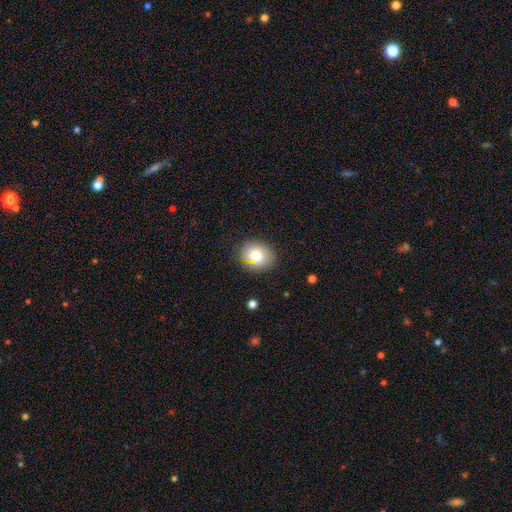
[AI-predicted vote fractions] smooth 73%, featured or disk 17%, star or artifact 10%. Down the decision tree: how rounded — round (57%); merging — none (76%).